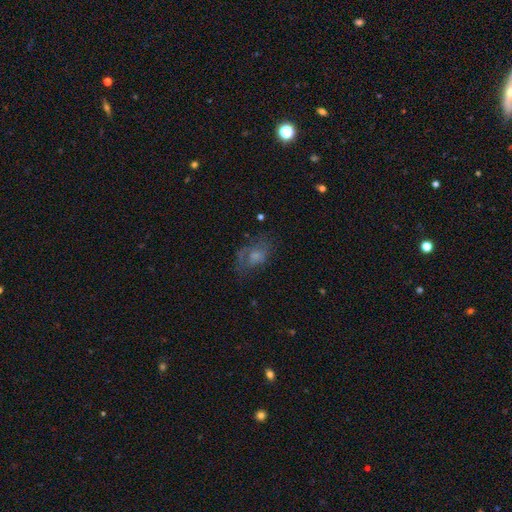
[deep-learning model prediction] A featured or disk galaxy (44%). Merging: none (48%).